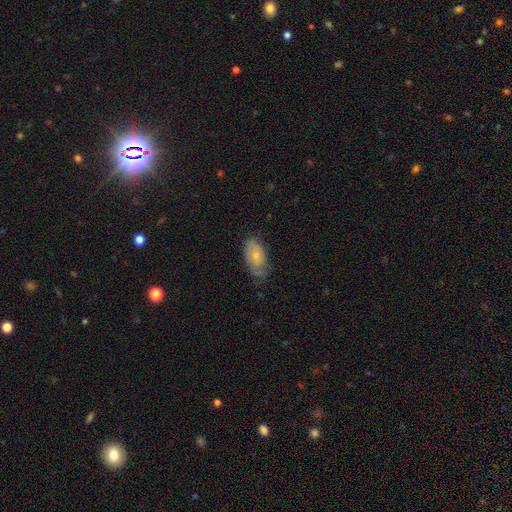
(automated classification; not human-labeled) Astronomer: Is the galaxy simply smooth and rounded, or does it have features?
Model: smooth — 56% (runner-up: featured or disk, 37%).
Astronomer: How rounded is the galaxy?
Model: in between — 92%.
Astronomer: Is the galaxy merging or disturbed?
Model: none — 58%.